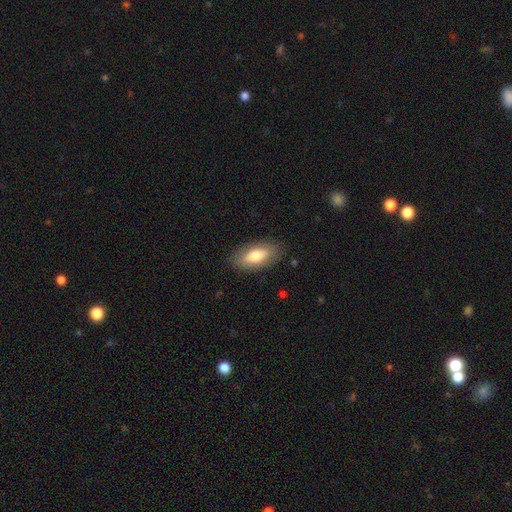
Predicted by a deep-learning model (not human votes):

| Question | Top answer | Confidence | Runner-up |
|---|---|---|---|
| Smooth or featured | smooth | 73% | featured or disk (21%) |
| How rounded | in between | 88% | cigar-shaped (9%) |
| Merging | none | 83% | minor disturbance (12%) |